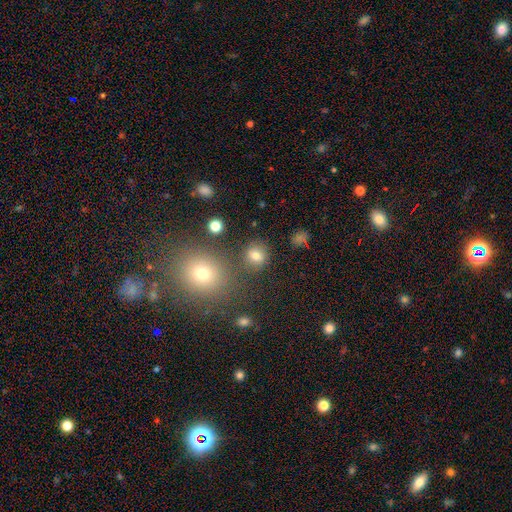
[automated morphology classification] The model was most divided on "smooth or featured": smooth: 76%, star or artifact: 15%, featured or disk: 8%. More confident: how rounded — round (81%); merging — none (79%).